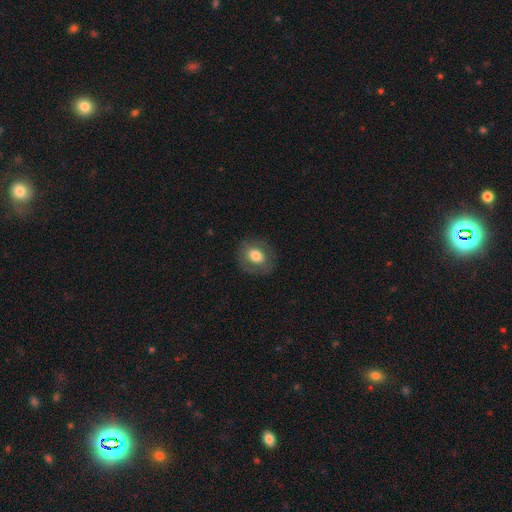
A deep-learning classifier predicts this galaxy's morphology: Overall: smooth (67%). How rounded: round (59%; in between 40%). Merging: none (81%).